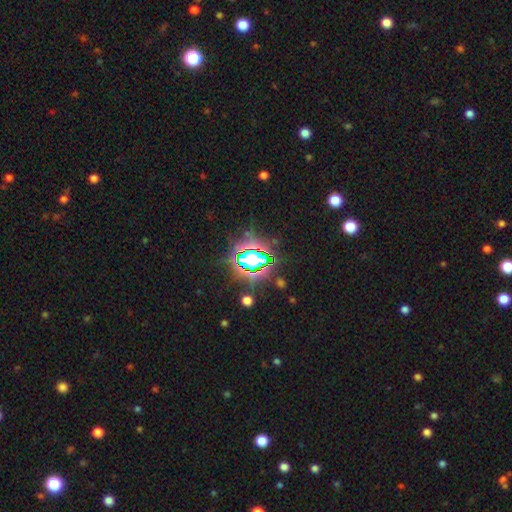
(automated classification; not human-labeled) smooth_or_featured: star or artifact (p=0.73) [alt: smooth p=0.16]